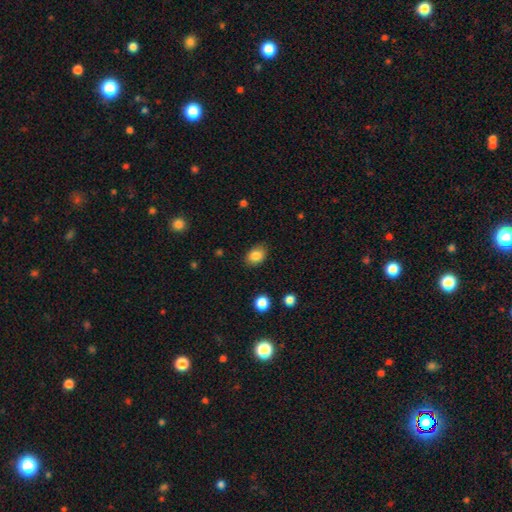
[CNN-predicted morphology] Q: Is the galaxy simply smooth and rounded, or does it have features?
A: smooth — 85%.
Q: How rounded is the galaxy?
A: in between — 70%.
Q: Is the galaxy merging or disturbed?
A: none — 84%.